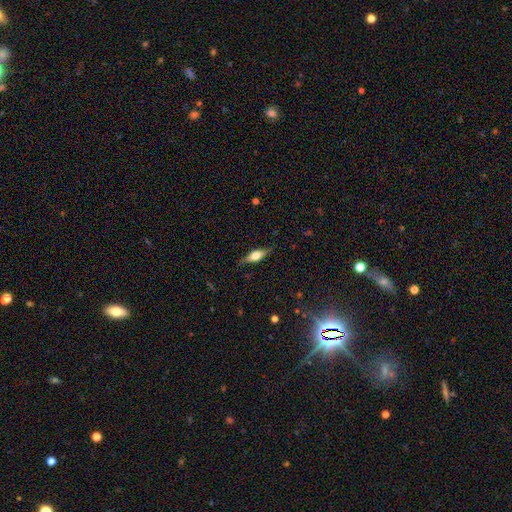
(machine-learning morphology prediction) Overall: featured or disk (52%; smooth 40%). Edge-on disk: yes (93%). Merging: none (84%).